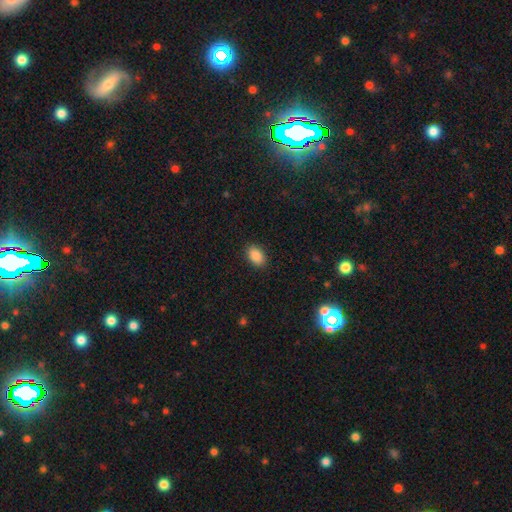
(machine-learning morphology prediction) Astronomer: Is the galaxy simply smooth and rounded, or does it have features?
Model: smooth — 89%.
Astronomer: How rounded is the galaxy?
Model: in between — 88%.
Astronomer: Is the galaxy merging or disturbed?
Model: none — 90%.